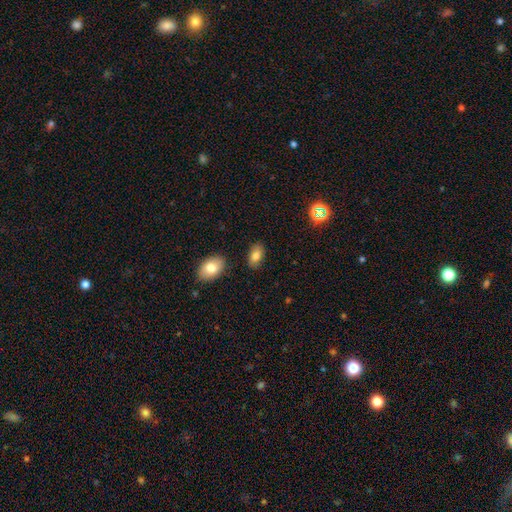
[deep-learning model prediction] Smooth or featured: smooth — 80% (featured or disk — 10%)
How rounded: in between — 92% (round — 6%)
Merging: none — 84% (minor disturbance — 10%)